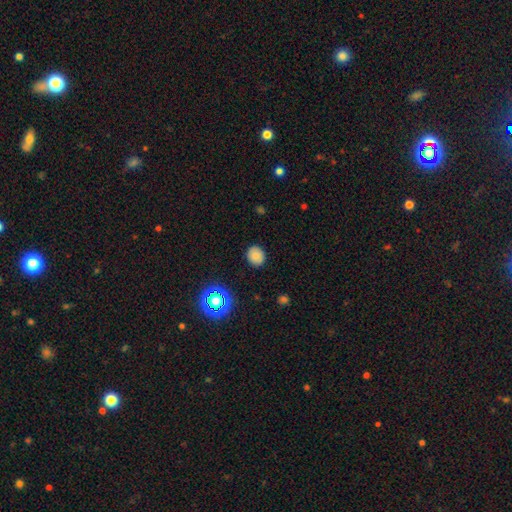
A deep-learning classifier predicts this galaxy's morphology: smooth-or-featured: smooth: 79% | star or artifact: 13% | featured or disk: 7%
  how-rounded: round: 75% | in between: 24% | cigar-shaped: 1%
  merging: none: 87% | minor disturbance: 9% | major disturbance: 2% | merger: 1%